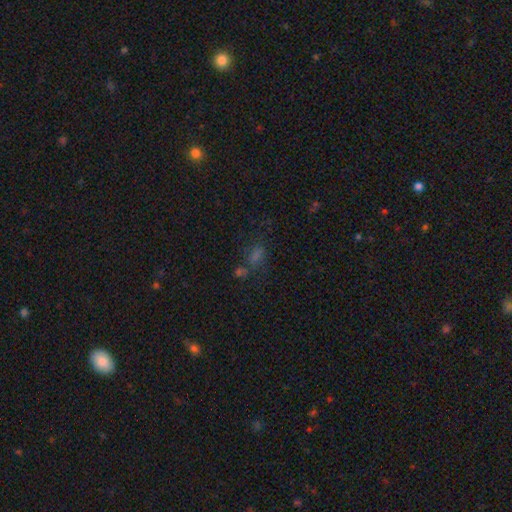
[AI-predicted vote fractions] smooth-or-featured: smooth: 48% | star or artifact: 40% | featured or disk: 12%
  merging: none: 55% | merger: 19% | minor disturbance: 15% | major disturbance: 11%